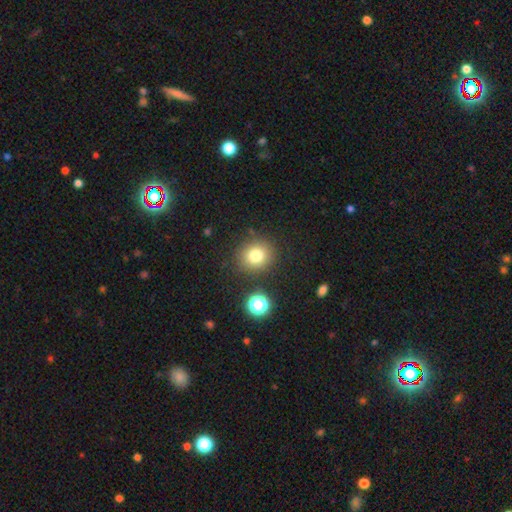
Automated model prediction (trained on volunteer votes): The model was most divided on "smooth or featured": smooth: 78%, star or artifact: 14%, featured or disk: 8%. More confident: how rounded — round (86%); merging — none (84%).